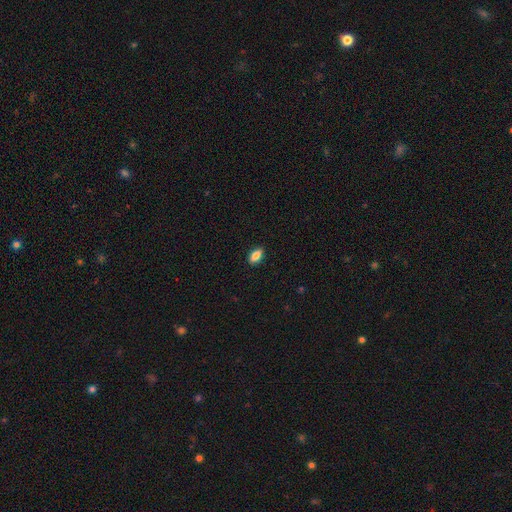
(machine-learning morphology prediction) The model was most divided on "smooth or featured": smooth: 83%, featured or disk: 9%, star or artifact: 8%. More confident: merging — none (89%); how rounded — in between (87%).